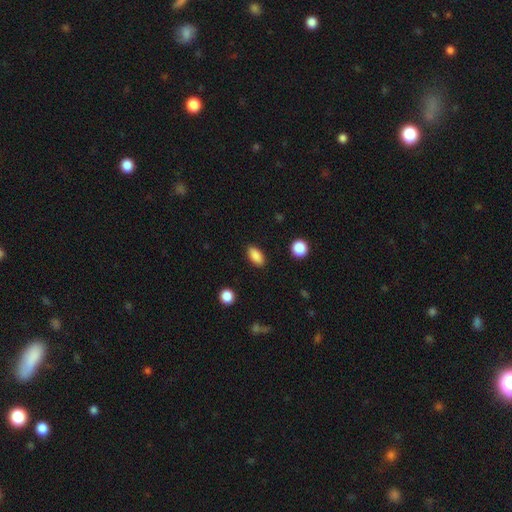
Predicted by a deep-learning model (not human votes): Smooth or featured: smooth — 88% (star or artifact — 8%)
How rounded: in between — 89% (cigar-shaped — 6%)
Merging: none — 88% (minor disturbance — 8%)